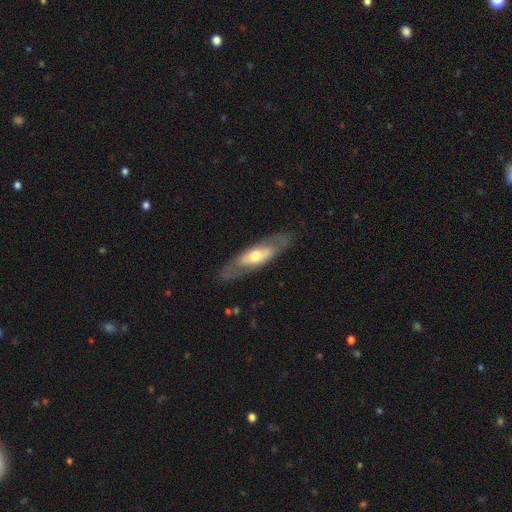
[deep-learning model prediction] Smooth or featured: featured or disk — 56% (smooth — 39%)
Edge-on disk: no — 67% (yes — 33%)
Merging: none — 80% (minor disturbance — 13%)